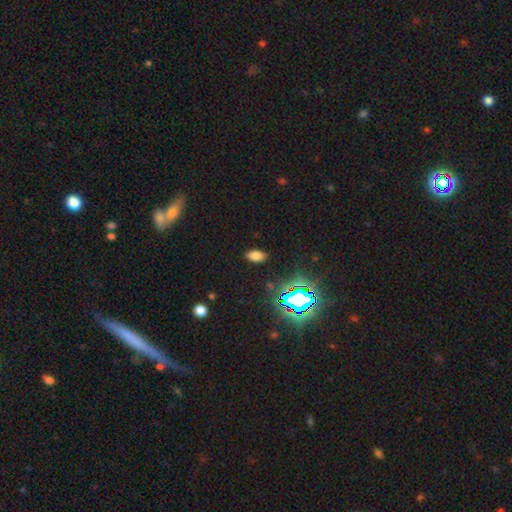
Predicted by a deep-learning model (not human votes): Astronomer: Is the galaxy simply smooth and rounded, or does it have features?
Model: smooth — 71%.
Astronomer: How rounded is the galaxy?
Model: in between — 91%.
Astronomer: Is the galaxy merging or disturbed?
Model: none — 88%.